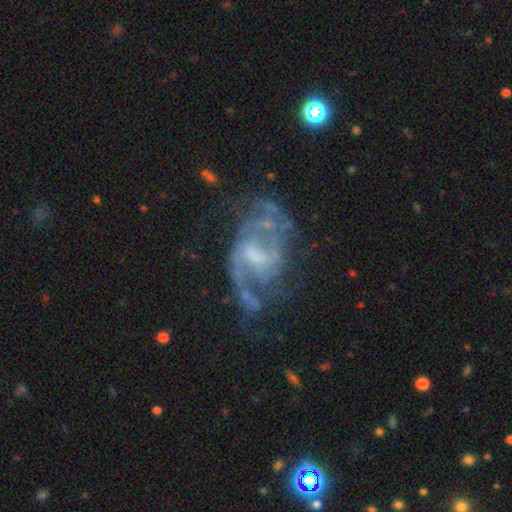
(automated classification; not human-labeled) Morphology: type=featured or disk (87%); edge-on=no (97%); bar=weak (56%); spiral arms=yes (93%); winding=medium (52%); arm count=2 (75%); bulge=small (45%); merging=none (57%).